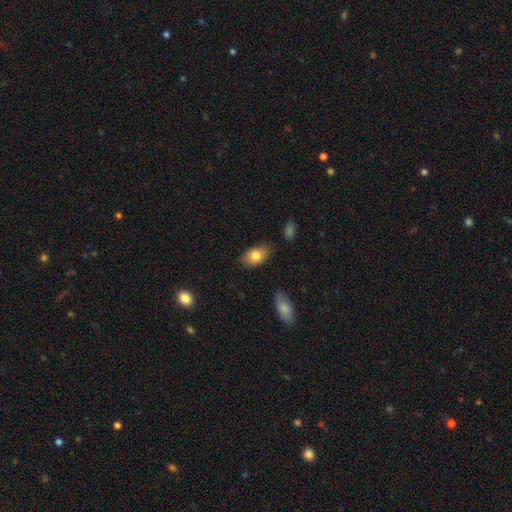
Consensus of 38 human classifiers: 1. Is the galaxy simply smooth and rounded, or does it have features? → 84% smooth, 8% featured or disk, 8% star or artifact.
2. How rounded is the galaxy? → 100% in between, 0% round, 0% cigar-shaped.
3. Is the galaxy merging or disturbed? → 86% none, 14% minor disturbance, 0% major disturbance, 0% merger.